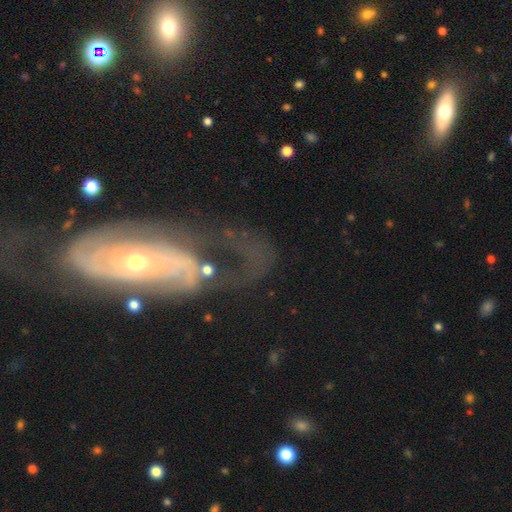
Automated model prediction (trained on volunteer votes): Overall: featured or disk (63%). Edge-on disk: no (93%). Bar: no (68%). Spiral arms: yes (60%; no 40%). Bulge size: moderate (41%; small 39%). Merging: major disturbance (43%; none 31%).